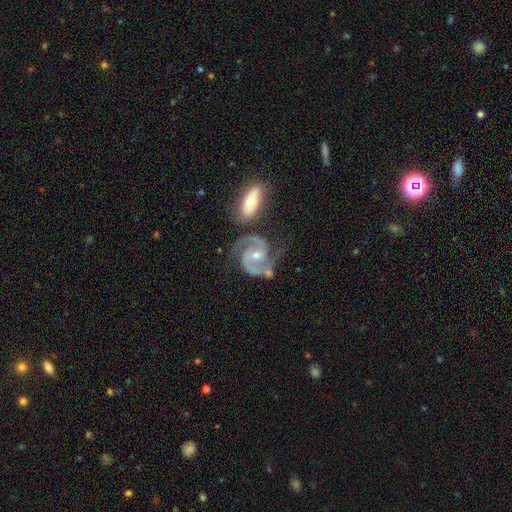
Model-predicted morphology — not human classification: featured or disk 92%, star or artifact 4%, smooth 3%. Down the decision tree: edge-on disk — no (98%); bar — no (46%); spiral arms — yes (99%); spiral arm count — 2 (90%); spiral winding — medium (54%); bulge size — moderate (50%); merging — none (59%).